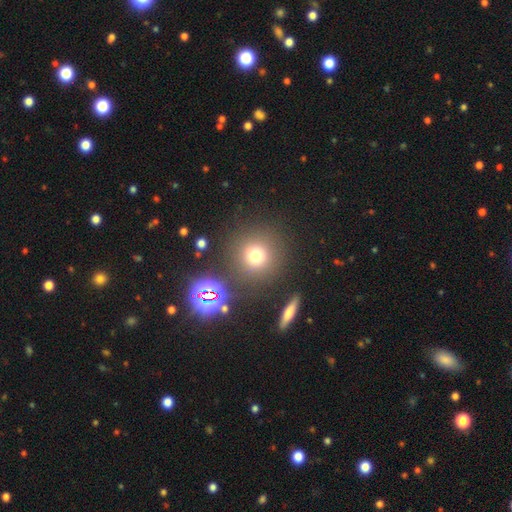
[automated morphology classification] A smooth galaxy with no disk features (69%) that is round (93%). Merging: none (83%).